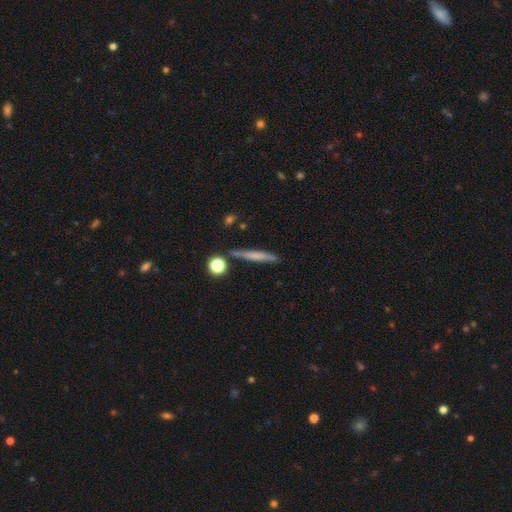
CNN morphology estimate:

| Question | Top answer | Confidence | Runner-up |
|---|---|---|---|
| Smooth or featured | smooth | 56% | featured or disk (36%) |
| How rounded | cigar-shaped | 91% | in between (5%) |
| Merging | none | 84% | minor disturbance (10%) |